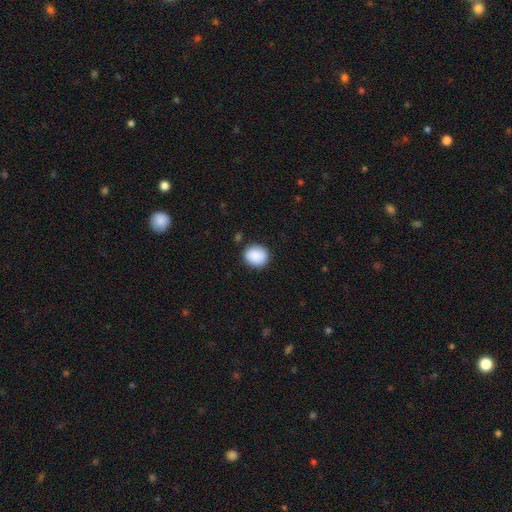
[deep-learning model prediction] This appears to be a smooth galaxy with no disk features (89%) that is round (78%). Merging: none (86%).